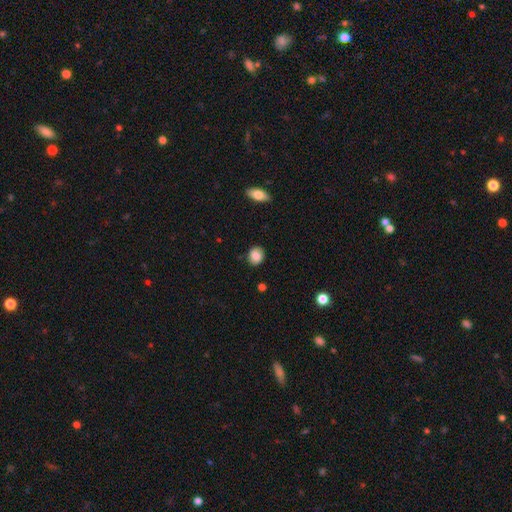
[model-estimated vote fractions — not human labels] Morphology: type=smooth (86%); roundness=round (65%); merging=none (87%).